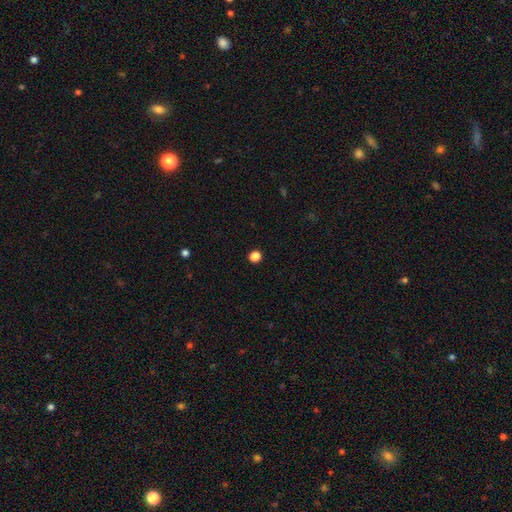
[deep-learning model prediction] Q: Smooth or featured?
A: smooth (80%); runner-up: star or artifact (17%)
Q: How rounded?
A: round (84%); runner-up: in between (15%)
Q: Merging?
A: none (92%); runner-up: minor disturbance (5%)